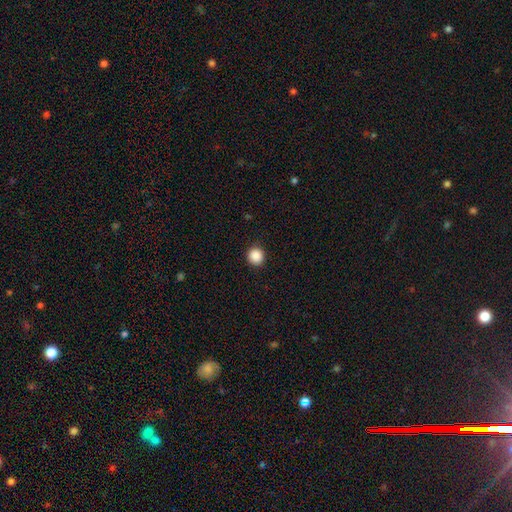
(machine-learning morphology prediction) Smooth or featured? Predicted: smooth (p=0.89). How rounded? Predicted: round (p=0.92). Merging? Predicted: none (p=0.91).